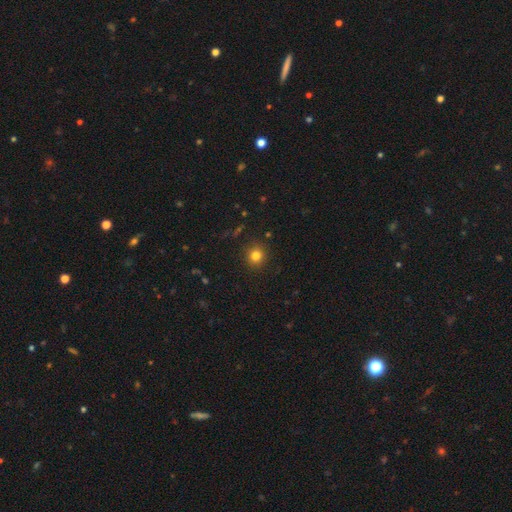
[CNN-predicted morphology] Smooth or featured?
  - smooth: 80% *
  - star or artifact: 13%
  - featured or disk: 6%
How rounded?
  - round: 88% *
  - in between: 11%
  - cigar-shaped: 1%
Merging?
  - none: 90% *
  - minor disturbance: 6%
  - major disturbance: 2%
  - merger: 1%